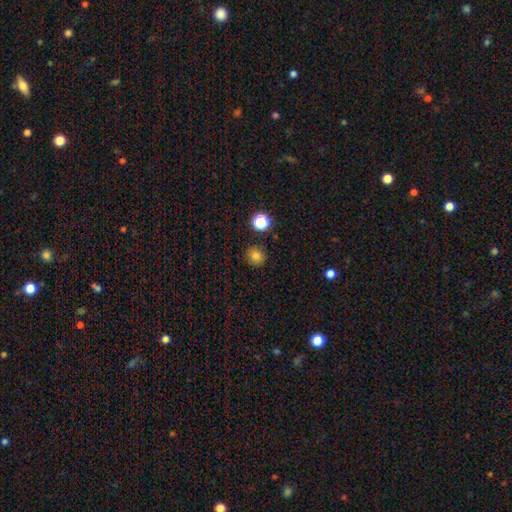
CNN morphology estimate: A smooth galaxy with no disk features (78%) that is round (87%). Merging: none (87%).